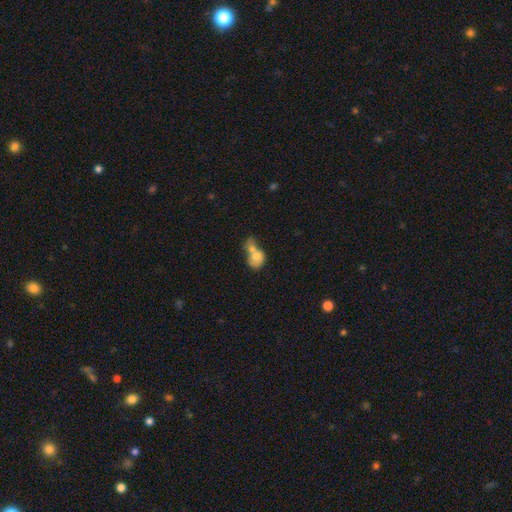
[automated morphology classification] Q: Smooth or featured?
A: smooth (71%); runner-up: featured or disk (21%)
Q: How rounded?
A: in between (52%); runner-up: round (46%)
Q: Merging?
A: merger (71%); runner-up: none (15%)